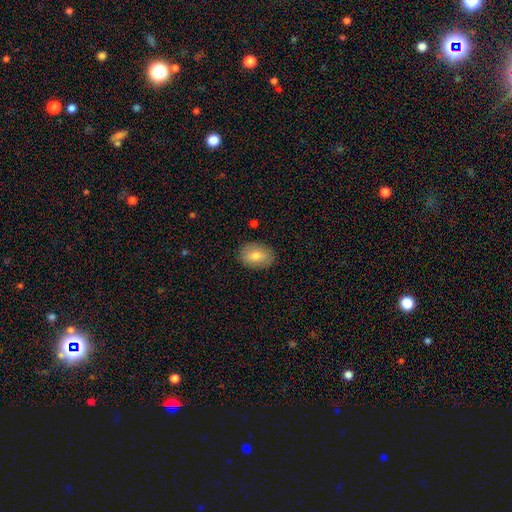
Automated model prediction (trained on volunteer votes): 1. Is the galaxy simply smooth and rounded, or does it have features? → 76% smooth, 16% featured or disk, 8% star or artifact.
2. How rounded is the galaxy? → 78% in between, 21% round, 1% cigar-shaped.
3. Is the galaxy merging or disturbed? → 87% none, 10% minor disturbance, 2% major disturbance, 1% merger.